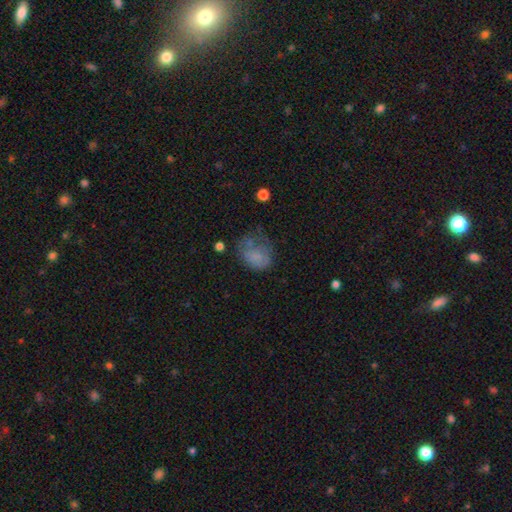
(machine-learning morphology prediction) Q: Smooth or featured?
A: smooth (66%); runner-up: featured or disk (21%)
Q: How rounded?
A: in between (50%); runner-up: round (49%)
Q: Merging?
A: none (34%); runner-up: major disturbance (33%)